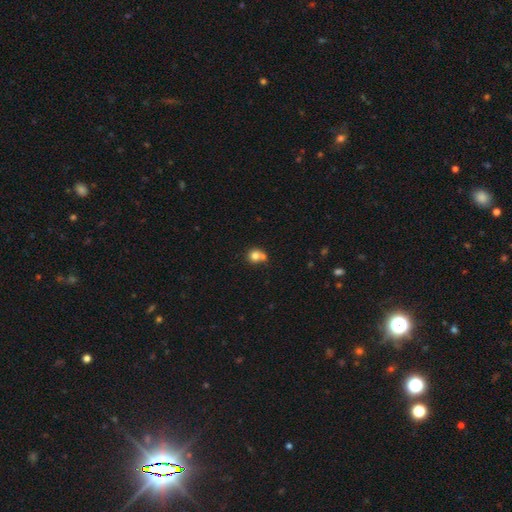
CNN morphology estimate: A smooth galaxy with no disk features (77%) that is round (81%).

Vote fractions:
- Smooth or featured? smooth: 77% / featured or disk: 12% / star or artifact: 10%
- How rounded? round: 81% / in between: 18% / cigar-shaped: 1%
- Merging? merger: 42% / none: 41% / minor disturbance: 12% / major disturbance: 5%